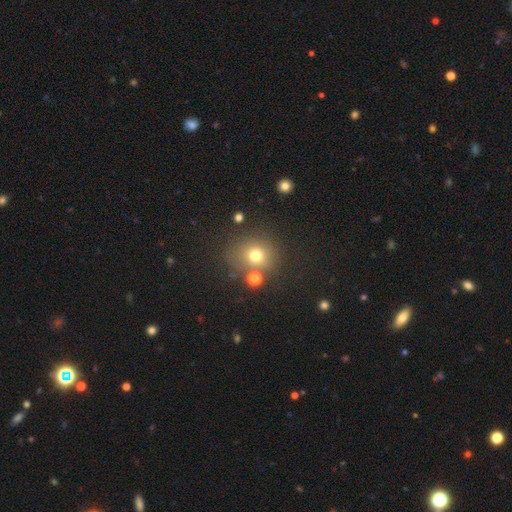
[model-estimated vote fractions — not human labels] Smooth or featured?
  - smooth: 71% *
  - star or artifact: 18%
  - featured or disk: 10%
How rounded?
  - round: 84% *
  - in between: 15%
  - cigar-shaped: 1%
Merging?
  - none: 74% *
  - minor disturbance: 11%
  - merger: 10%
  - major disturbance: 5%